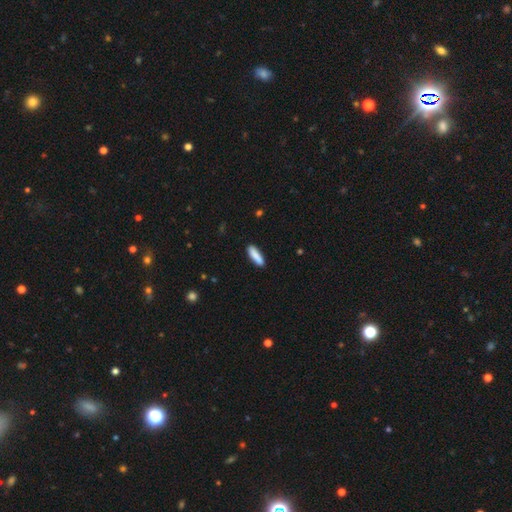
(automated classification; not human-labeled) Smooth or featured: smooth — 88% (featured or disk — 6%)
How rounded: cigar-shaped — 65% (in between — 33%)
Merging: none — 88% (minor disturbance — 9%)